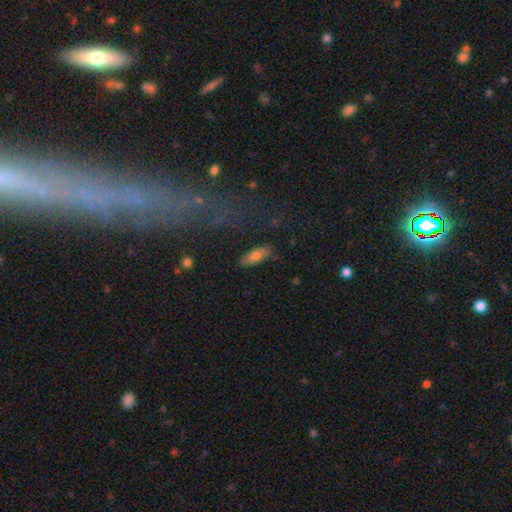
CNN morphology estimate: A smooth galaxy with no disk features (70%) that is in between round and cigar-shaped (70%).

Vote fractions:
- Smooth or featured? smooth: 70% / featured or disk: 21% / star or artifact: 8%
- How rounded? in between: 70% / cigar-shaped: 27% / round: 3%
- Merging? none: 82% / minor disturbance: 13% / major disturbance: 3% / merger: 2%